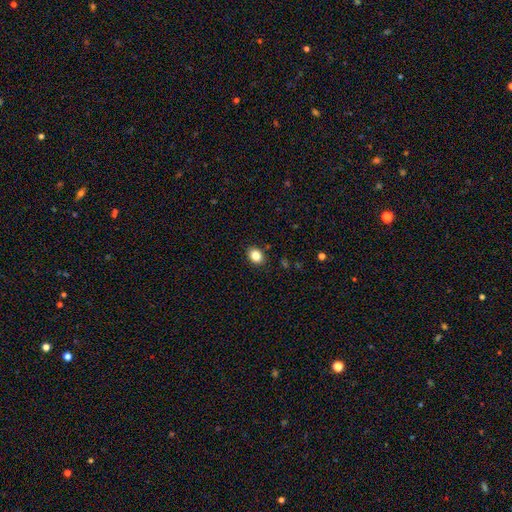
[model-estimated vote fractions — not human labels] Overall: smooth (84%). How rounded: in between (57%; round 42%). Merging: none (89%).